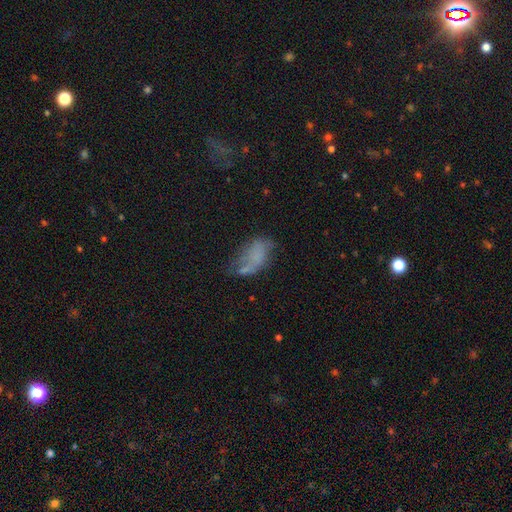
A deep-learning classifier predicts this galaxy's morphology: Smooth or featured?
  - smooth: 52% *
  - featured or disk: 36%
  - star or artifact: 13%
How rounded?
  - in between: 91% *
  - round: 5%
  - cigar-shaped: 4%
Merging?
  - none: 32% *
  - major disturbance: 31%
  - minor disturbance: 28%
  - merger: 10%